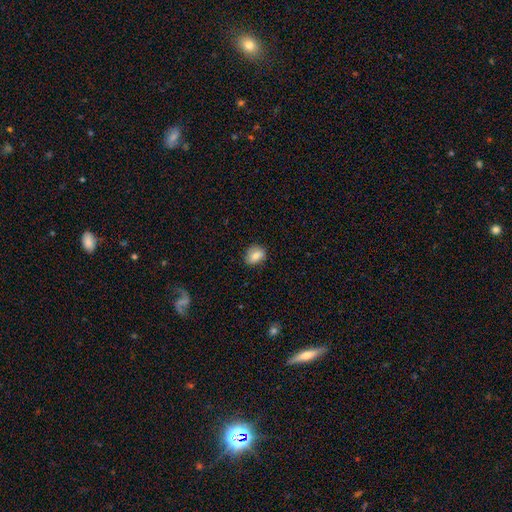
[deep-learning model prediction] Smooth or featured?
  - smooth: 75% *
  - featured or disk: 17%
  - star or artifact: 8%
How rounded?
  - in between: 51% *
  - round: 48%
  - cigar-shaped: 1%
Merging?
  - none: 80% *
  - minor disturbance: 15%
  - major disturbance: 3%
  - merger: 1%